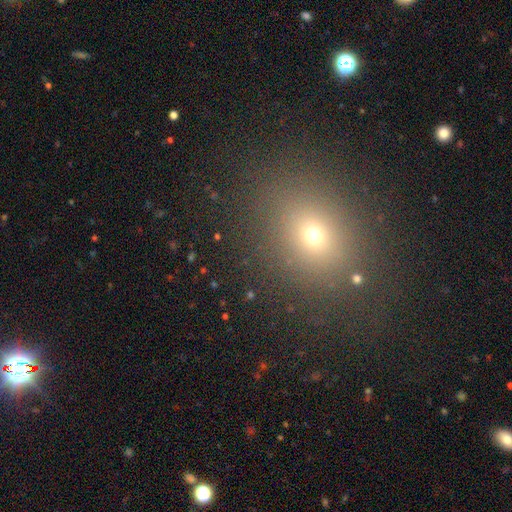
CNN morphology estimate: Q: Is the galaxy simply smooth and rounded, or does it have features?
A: smooth — 60%.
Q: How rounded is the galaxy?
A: round — 56%.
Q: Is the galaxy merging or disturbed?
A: none — 86%.